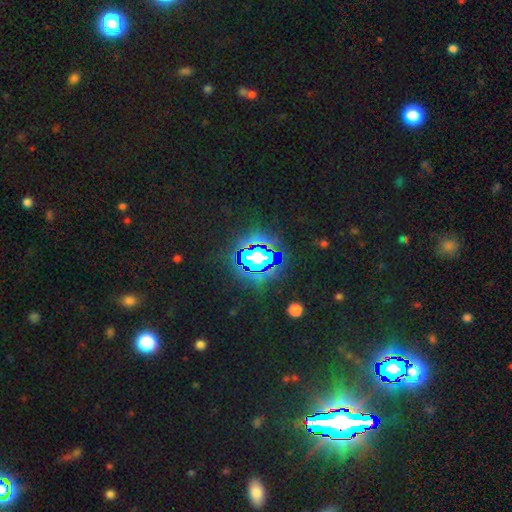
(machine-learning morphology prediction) A star or artifact, not a galaxy (76%).